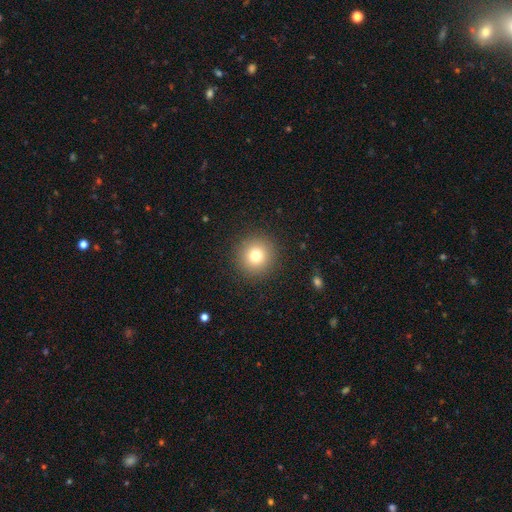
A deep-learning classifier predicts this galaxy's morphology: Smooth or featured: smooth — 77% (star or artifact — 13%)
How rounded: round — 95% (in between — 4%)
Merging: none — 91% (minor disturbance — 5%)